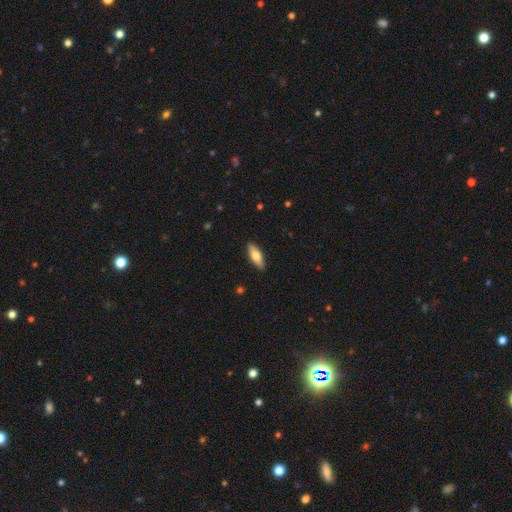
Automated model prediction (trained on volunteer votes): Morphology: type=smooth (66%); roundness=in between (59%); merging=none (89%).